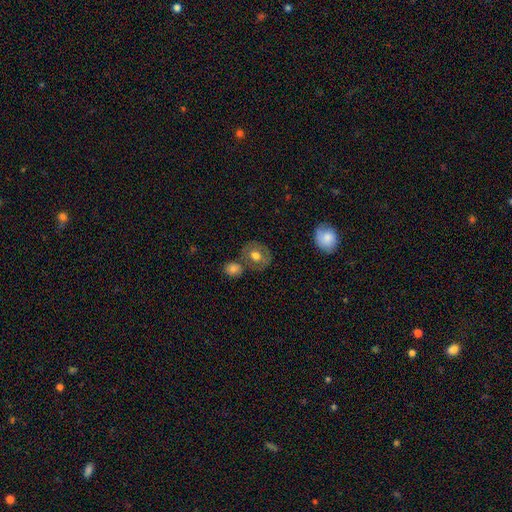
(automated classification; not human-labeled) Overall: smooth (64%; featured or disk 29%). How rounded: round (67%; in between 32%). Merging: none (63%).